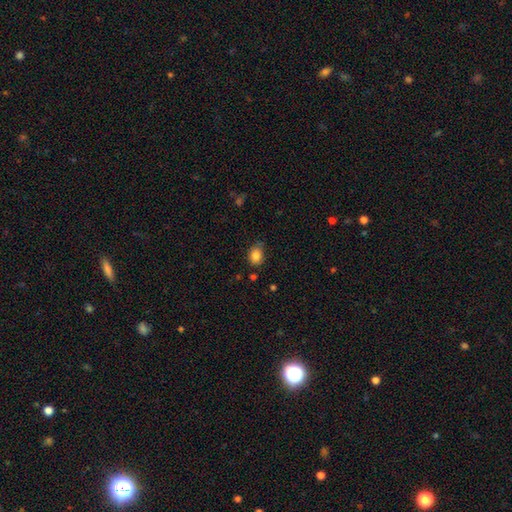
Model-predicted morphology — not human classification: smooth 85%, star or artifact 9%, featured or disk 5%. Down the decision tree: how rounded — in between (61%); merging — none (73%).